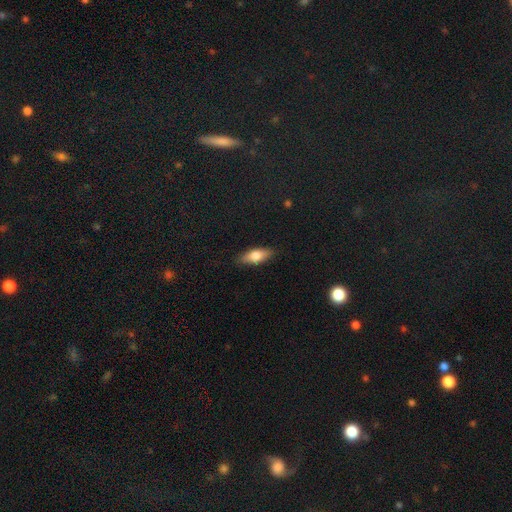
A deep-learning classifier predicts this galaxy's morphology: Smooth or featured: smooth — 71% (featured or disk — 22%)
How rounded: in between — 71% (cigar-shaped — 26%)
Merging: none — 86% (minor disturbance — 10%)